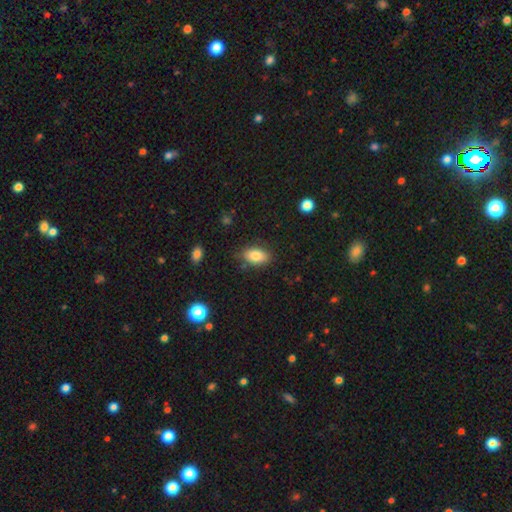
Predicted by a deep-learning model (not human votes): Smooth or featured? Predicted: smooth (p=0.83). How rounded? Predicted: in between (p=0.90). Merging? Predicted: none (p=0.79).